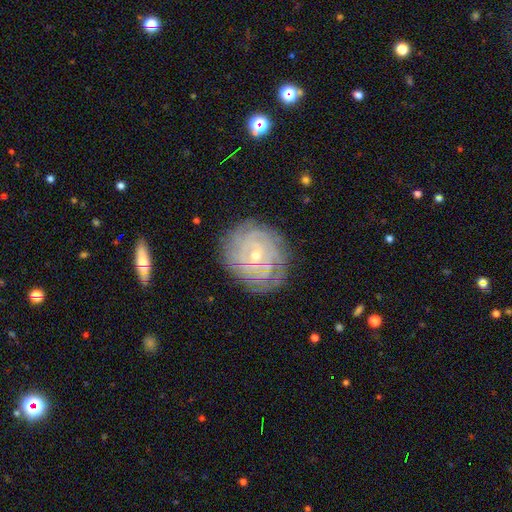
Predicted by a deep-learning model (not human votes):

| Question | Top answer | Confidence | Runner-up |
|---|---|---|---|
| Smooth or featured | featured or disk | 86% | smooth (8%) |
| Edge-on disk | no | 97% | yes (3%) |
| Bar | no | 64% | weak (28%) |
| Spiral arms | yes | 97% | no (3%) |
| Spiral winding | tight | 87% | medium (10%) |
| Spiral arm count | can't tell | 32% | 4 (21%) |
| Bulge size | small | 64% | moderate (33%) |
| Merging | none | 83% | minor disturbance (12%) |